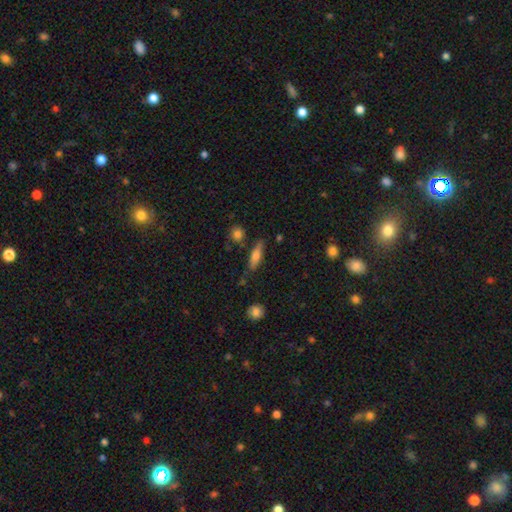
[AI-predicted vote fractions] Smooth or featured?
  - smooth: 64% *
  - featured or disk: 28%
  - star or artifact: 7%
How rounded?
  - cigar-shaped: 58% *
  - in between: 38%
  - round: 3%
Merging?
  - none: 76% *
  - minor disturbance: 16%
  - merger: 4%
  - major disturbance: 4%